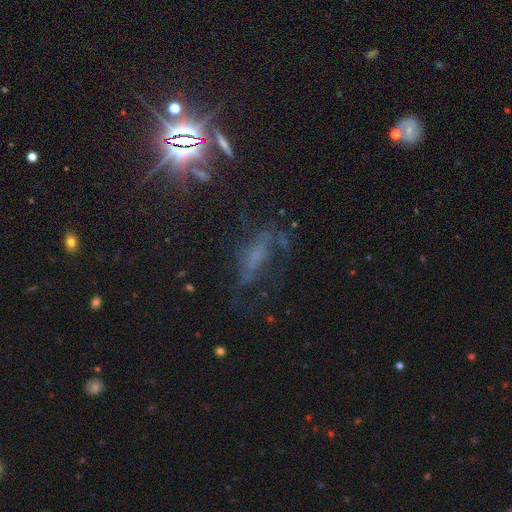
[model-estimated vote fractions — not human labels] Smooth or featured? star or artifact (39%)